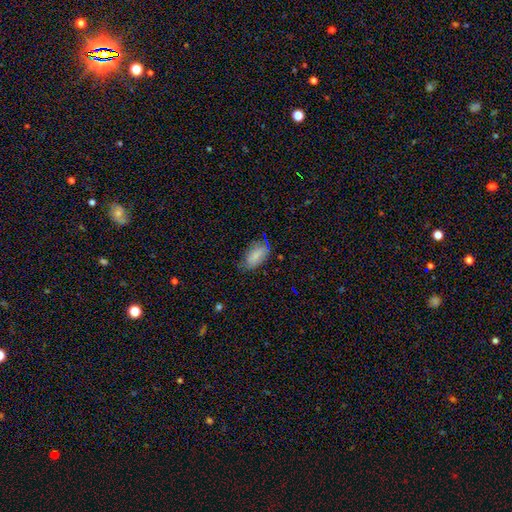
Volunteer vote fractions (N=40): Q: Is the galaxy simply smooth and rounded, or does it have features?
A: smooth — 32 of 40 (80%).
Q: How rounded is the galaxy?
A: in between — 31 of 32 (97%).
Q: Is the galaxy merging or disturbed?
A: none — 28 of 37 (76%).